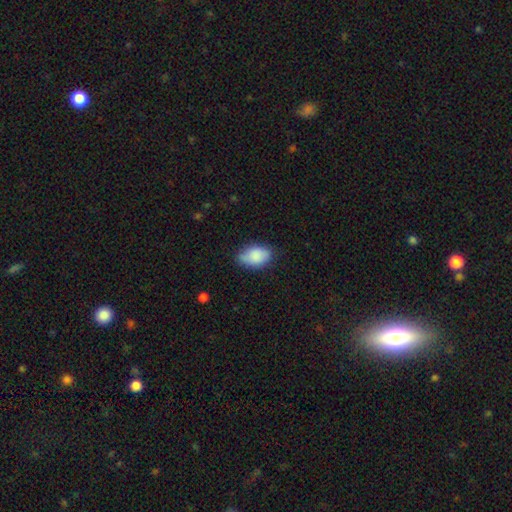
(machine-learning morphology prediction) This appears to be a smooth galaxy with no disk features (85%) that is in between round and cigar-shaped (90%). Merging: none (73%).